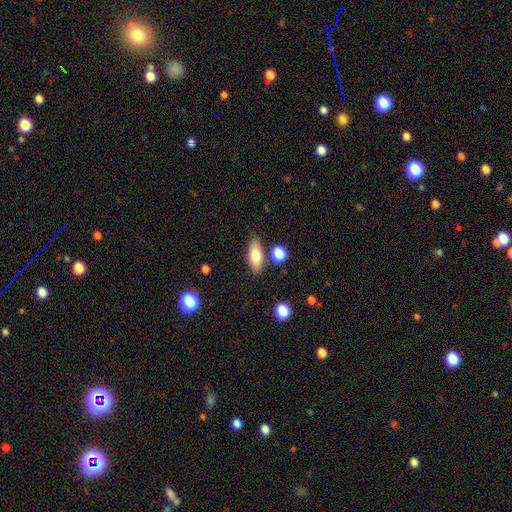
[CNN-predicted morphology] type=smooth (76%); roundness=in between (76%); merging=none (81%).